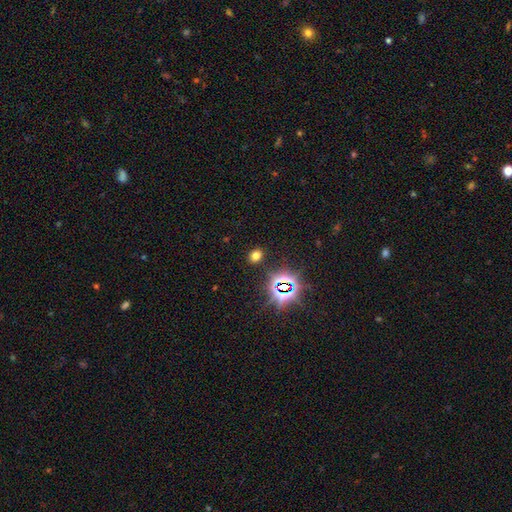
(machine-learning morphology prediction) Smooth or featured? Predicted: smooth (p=0.64). How rounded? Predicted: round (p=0.51). Merging? Predicted: none (p=0.87).